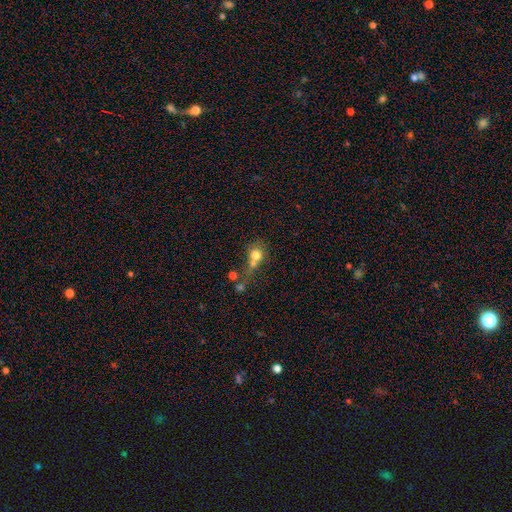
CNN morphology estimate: smooth_or_featured: smooth (p=0.73) [alt: featured or disk p=0.16]
how_rounded: round (p=0.77) [alt: in between p=0.22]
merging: merger (p=0.55) [alt: none p=0.24]